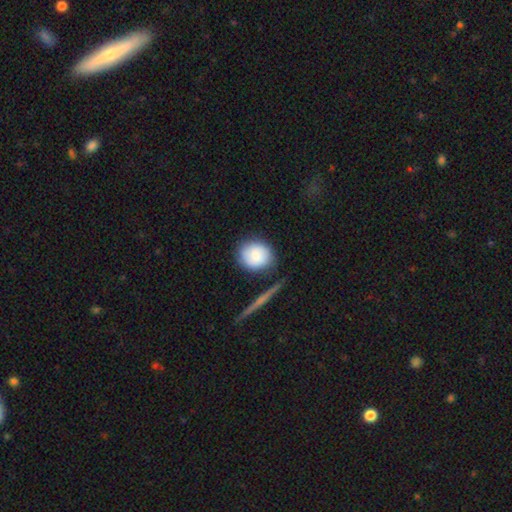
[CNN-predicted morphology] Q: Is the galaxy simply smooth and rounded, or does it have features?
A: smooth — 82%.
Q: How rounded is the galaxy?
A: round — 80%.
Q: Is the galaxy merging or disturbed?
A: none — 73%.